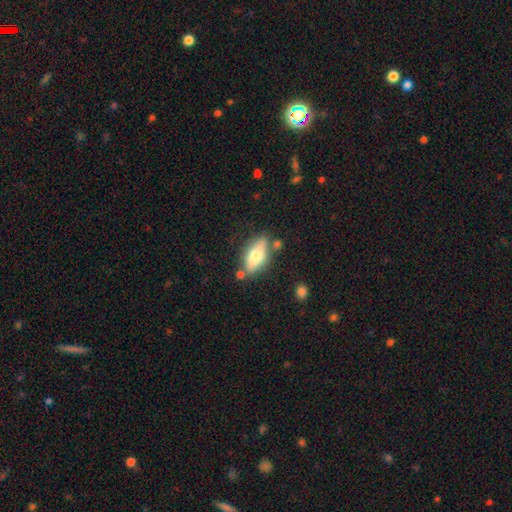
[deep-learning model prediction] Smooth or featured? Predicted: smooth (p=0.60). How rounded? Predicted: in between (p=0.76). Merging? Predicted: none (p=0.73).